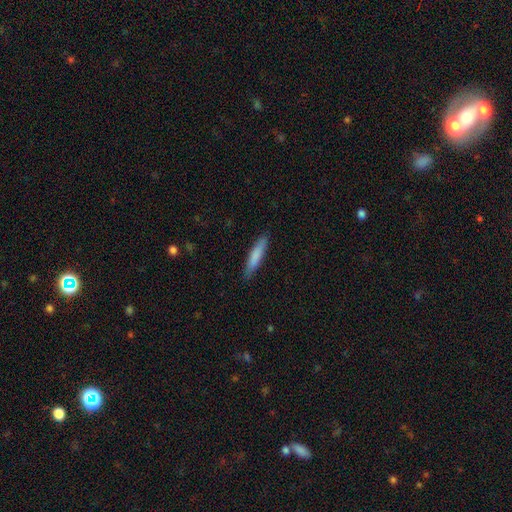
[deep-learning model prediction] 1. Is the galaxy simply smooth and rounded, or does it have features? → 79% smooth, 15% featured or disk, 5% star or artifact.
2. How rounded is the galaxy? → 88% cigar-shaped, 11% in between, 1% round.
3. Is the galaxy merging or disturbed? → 88% none, 9% minor disturbance, 2% major disturbance, 1% merger.